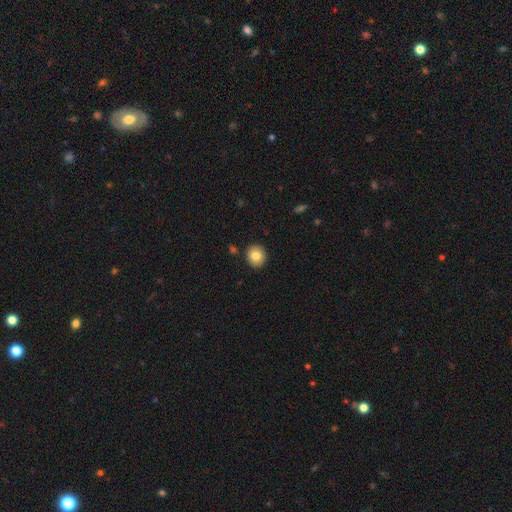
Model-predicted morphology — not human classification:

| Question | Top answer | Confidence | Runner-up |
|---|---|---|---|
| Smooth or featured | smooth | 82% | featured or disk (9%) |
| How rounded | round | 84% | in between (15%) |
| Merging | none | 91% | minor disturbance (6%) |